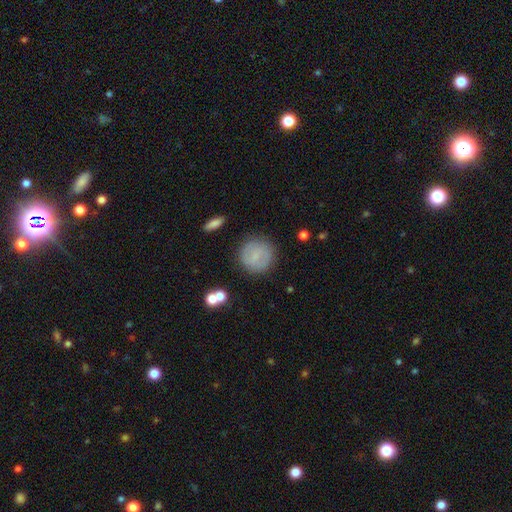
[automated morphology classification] This is likely a smooth galaxy (65%). How rounded: clearly round (92%). Merging: clearly none (85%).